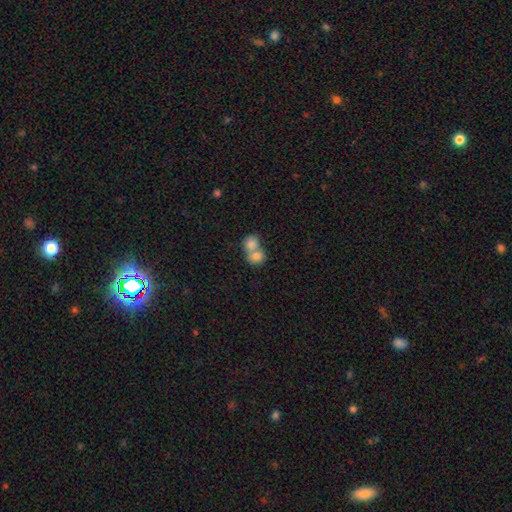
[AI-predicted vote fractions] The model was most divided on "how rounded": round: 65%, in between: 34%, cigar-shaped: 1%. More confident: smooth or featured — smooth (81%); merging — merger (71%).